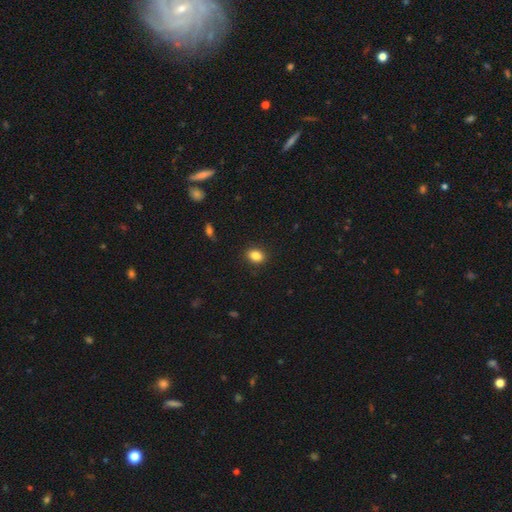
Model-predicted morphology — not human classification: Smooth or featured? Predicted: smooth (p=0.86). How rounded? Predicted: in between (p=0.67). Merging? Predicted: none (p=0.89).